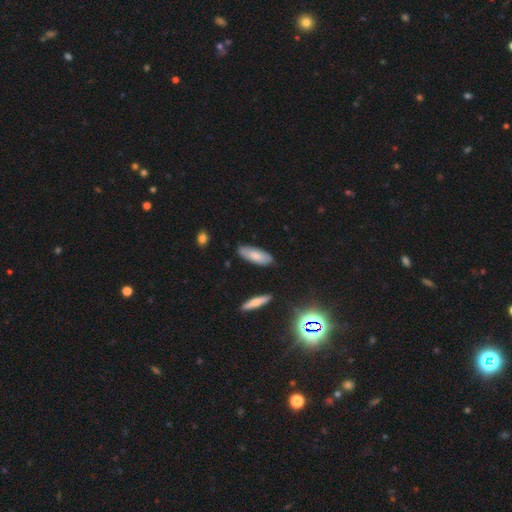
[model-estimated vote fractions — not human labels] smooth 77%, featured or disk 16%, star or artifact 7%. Down the decision tree: how rounded — in between (67%); merging — none (83%).